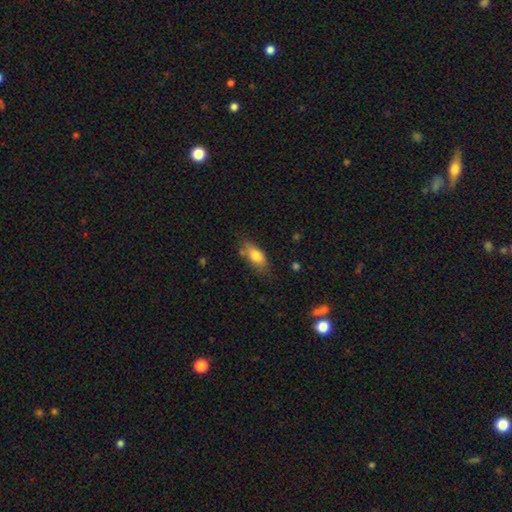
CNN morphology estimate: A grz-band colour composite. It shows a smooth galaxy with no disk features (78%) that is in between round and cigar-shaped (82%). Merging: none (65%).